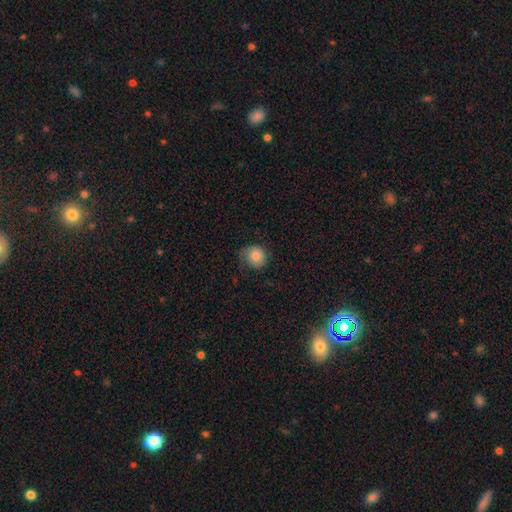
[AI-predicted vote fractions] Q: Smooth or featured?
A: smooth (83%); runner-up: star or artifact (9%)
Q: How rounded?
A: round (85%); runner-up: in between (14%)
Q: Merging?
A: none (71%); runner-up: minor disturbance (22%)